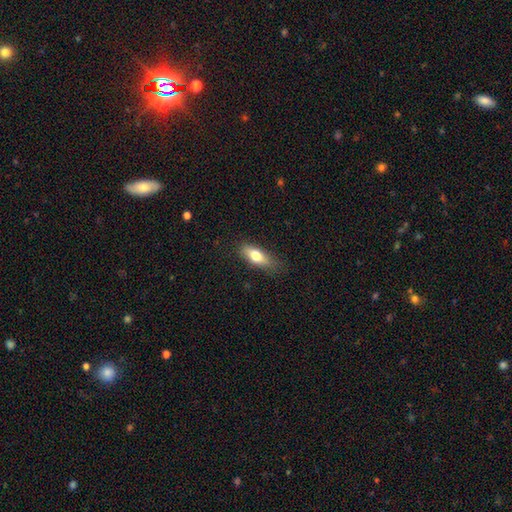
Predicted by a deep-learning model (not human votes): Q: Smooth or featured?
A: smooth (71%); runner-up: featured or disk (22%)
Q: How rounded?
A: in between (69%); runner-up: cigar-shaped (28%)
Q: Merging?
A: none (77%); runner-up: minor disturbance (18%)